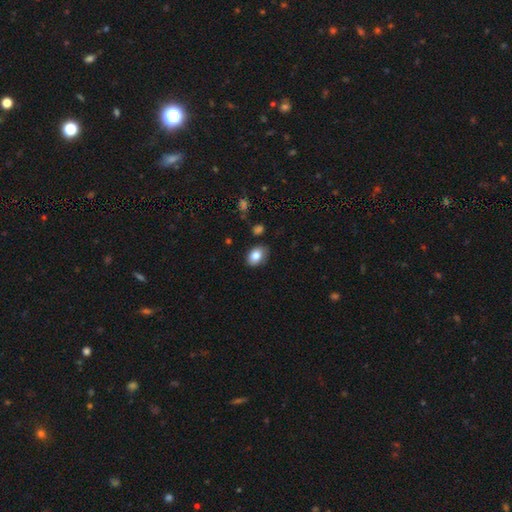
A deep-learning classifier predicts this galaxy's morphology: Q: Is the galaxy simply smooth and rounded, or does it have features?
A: smooth — 84%.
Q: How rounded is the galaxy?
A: in between — 79%.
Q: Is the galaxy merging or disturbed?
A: none — 81%.